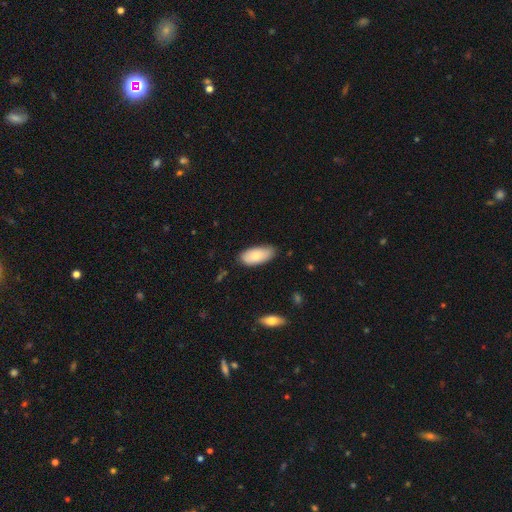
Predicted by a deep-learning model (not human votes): Overall: smooth (78%). How rounded: in between (92%). Merging: none (76%).